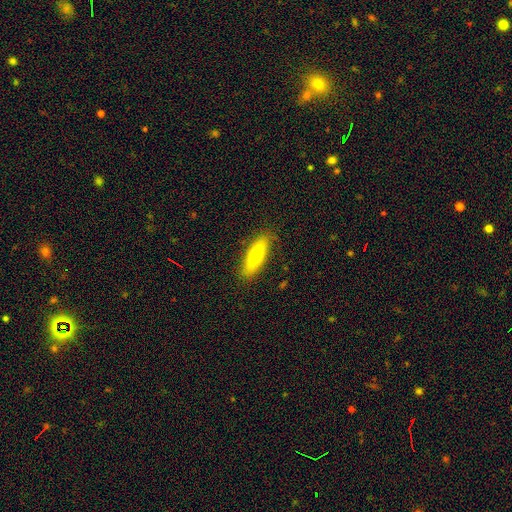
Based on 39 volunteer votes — Smooth or featured? smooth (59%)
How rounded? in between (52%)
Merging? none (74%)